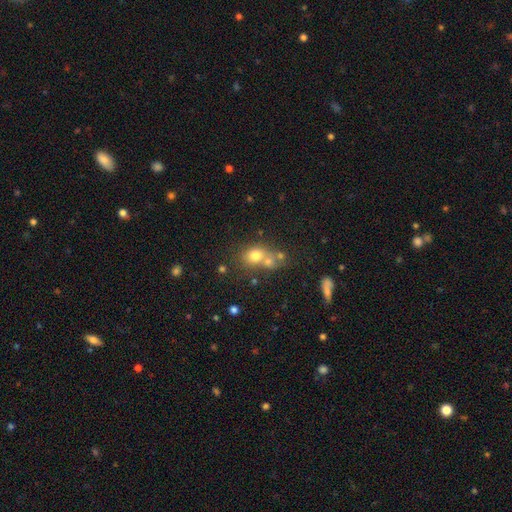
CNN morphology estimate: Smooth or featured? Predicted: smooth (p=0.72). How rounded? Predicted: round (p=0.62). Merging? Predicted: merger (p=0.42).